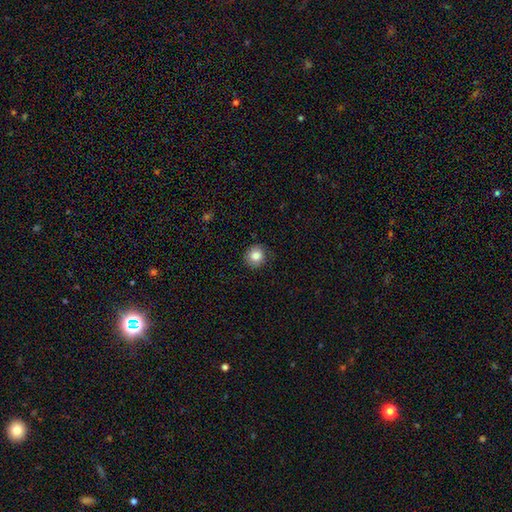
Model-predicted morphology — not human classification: Smooth or featured: smooth — 84% (star or artifact — 9%)
How rounded: round — 90% (in between — 9%)
Merging: none — 82% (minor disturbance — 14%)